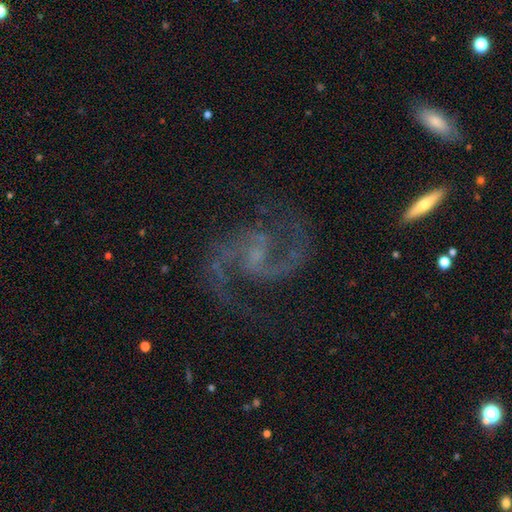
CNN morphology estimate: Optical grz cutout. It shows a featured or disk galaxy (92%) with a weak bar (48%), 2 (93%) medium (64%) spiral arms (98%) and a small central bulge (54%). Merging: none (76%).